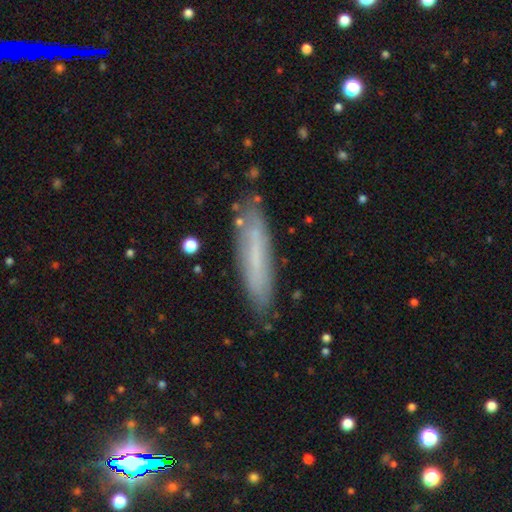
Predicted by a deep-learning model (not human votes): The model was most divided on "smooth or featured": smooth: 47%, featured or disk: 39%, star or artifact: 14%. More confident: merging — none (80%).